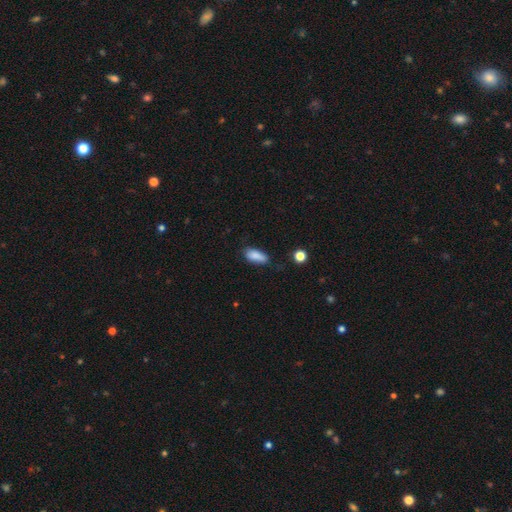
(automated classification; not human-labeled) Q: Smooth or featured?
A: smooth (87%); runner-up: star or artifact (8%)
Q: How rounded?
A: in between (82%); runner-up: cigar-shaped (15%)
Q: Merging?
A: none (67%); runner-up: minor disturbance (26%)